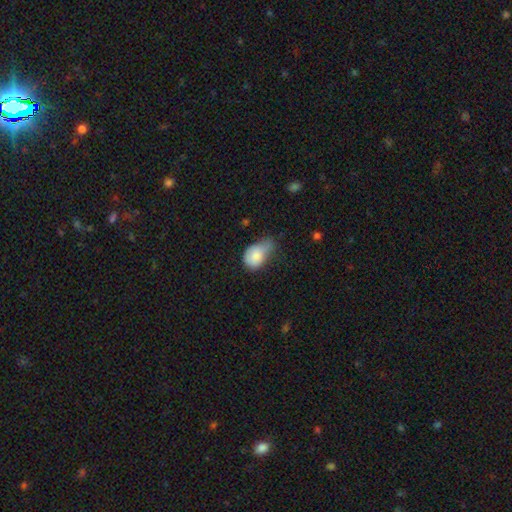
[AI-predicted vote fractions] This is clearly a smooth galaxy (81%). How rounded: likely in between (72%). Merging: possibly minor disturbance (49%).